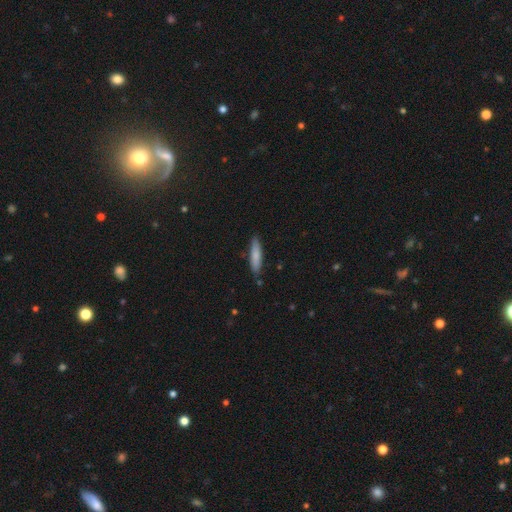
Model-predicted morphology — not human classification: A smooth galaxy with no disk features (80%) that is cigar-shaped (81%).

Vote fractions:
- Smooth or featured? smooth: 80% / featured or disk: 15% / star or artifact: 6%
- How rounded? cigar-shaped: 81% / in between: 17% / round: 1%
- Merging? none: 85% / minor disturbance: 11% / merger: 2% / major disturbance: 2%